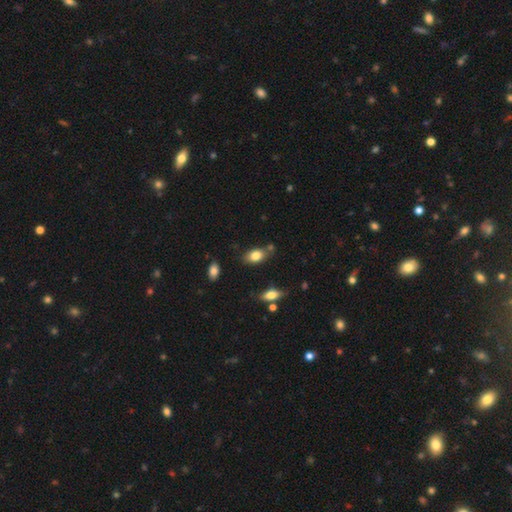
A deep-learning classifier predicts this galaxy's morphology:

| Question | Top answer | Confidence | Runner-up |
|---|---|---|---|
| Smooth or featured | smooth | 82% | featured or disk (10%) |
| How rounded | in between | 86% | round (11%) |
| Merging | none | 69% | minor disturbance (18%) |